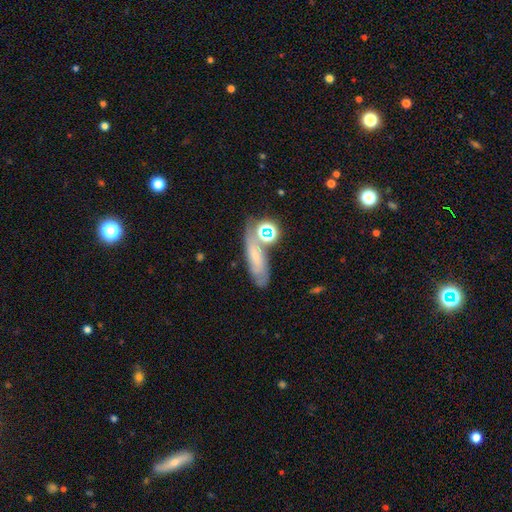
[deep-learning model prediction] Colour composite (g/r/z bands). It shows a smooth galaxy with no disk features (48%). Merging: none (51%).